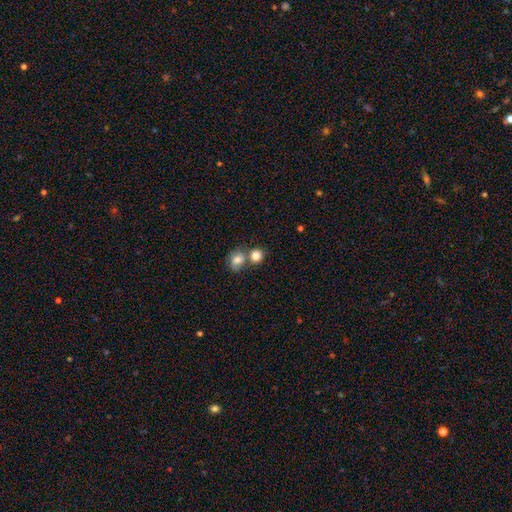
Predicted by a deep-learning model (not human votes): Smooth or featured? smooth (82%)
How rounded? round (81%)
Merging? none (47%)